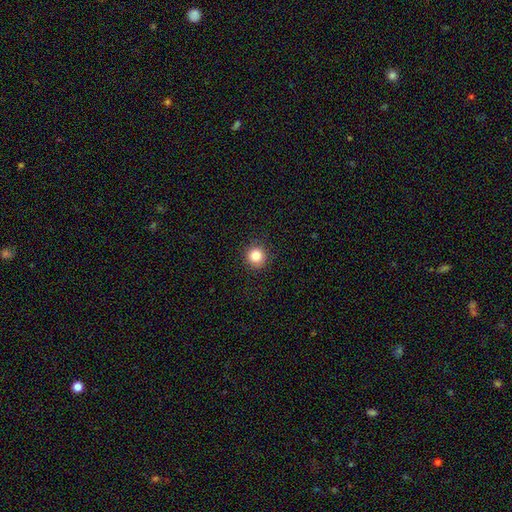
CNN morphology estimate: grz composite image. It shows a smooth galaxy with no disk features (84%) that is round (95%). Merging: none (92%).